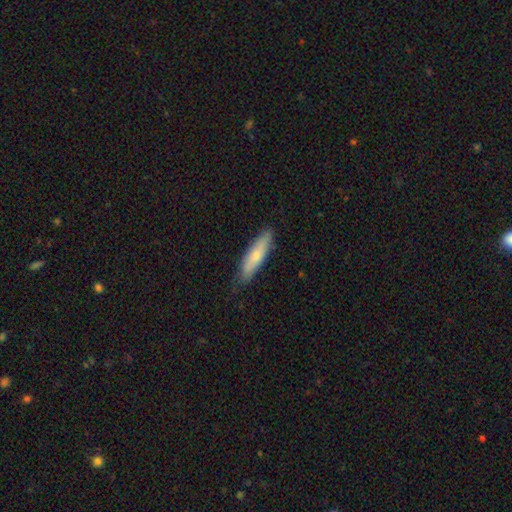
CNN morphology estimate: A smooth galaxy with no disk features (70%) that is cigar-shaped (71%). Merging: none (80%).